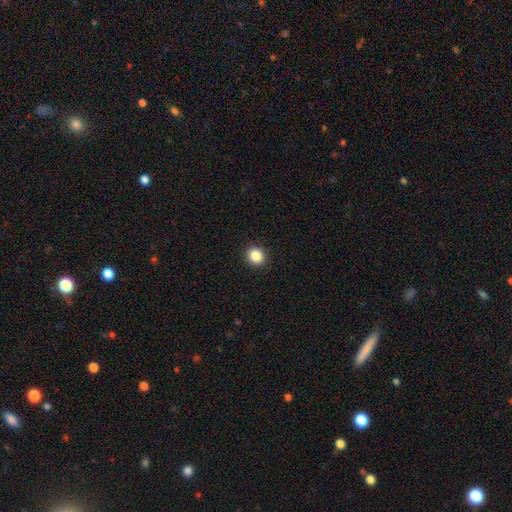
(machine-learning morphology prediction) smooth_or_featured: smooth (p=0.86) [alt: star or artifact p=0.10]
how_rounded: round (p=0.88) [alt: in between p=0.11]
merging: none (p=0.93) [alt: minor disturbance p=0.05]